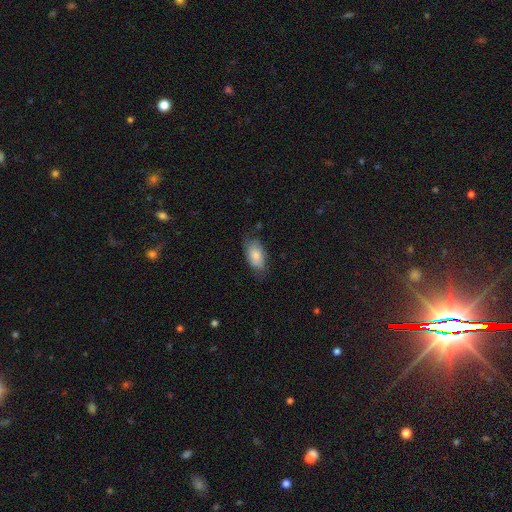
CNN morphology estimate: Overall: smooth (81%). How rounded: in between (93%). Merging: none (71%).